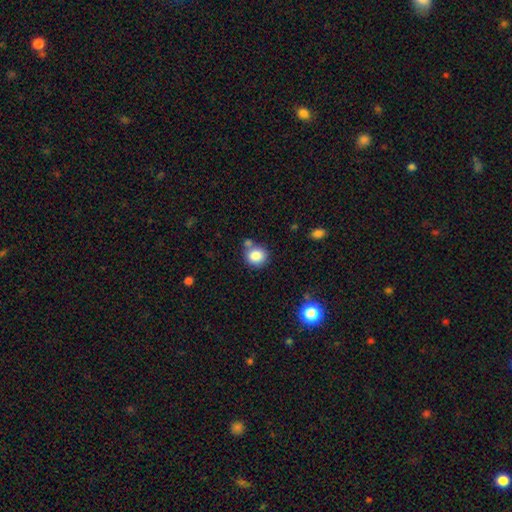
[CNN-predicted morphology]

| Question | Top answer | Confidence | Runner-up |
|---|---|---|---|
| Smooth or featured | smooth | 85% | star or artifact (10%) |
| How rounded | round | 85% | in between (14%) |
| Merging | none | 66% | merger (18%) |